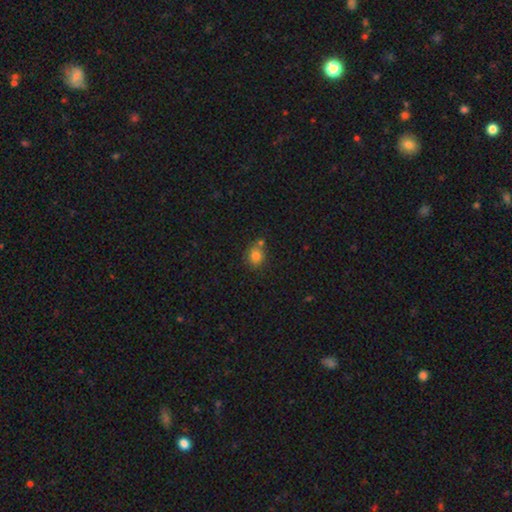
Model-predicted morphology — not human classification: Smooth or featured: smooth — 80% (star or artifact — 12%)
How rounded: round — 66% (in between — 33%)
Merging: none — 58% (merger — 21%)